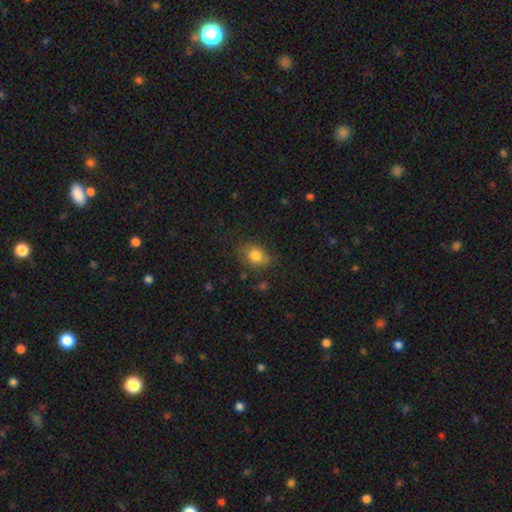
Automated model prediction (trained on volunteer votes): Smooth or featured?
  - smooth: 80% *
  - featured or disk: 10%
  - star or artifact: 10%
How rounded?
  - in between: 59% *
  - round: 40%
  - cigar-shaped: 1%
Merging?
  - none: 71% *
  - minor disturbance: 20%
  - major disturbance: 6%
  - merger: 2%